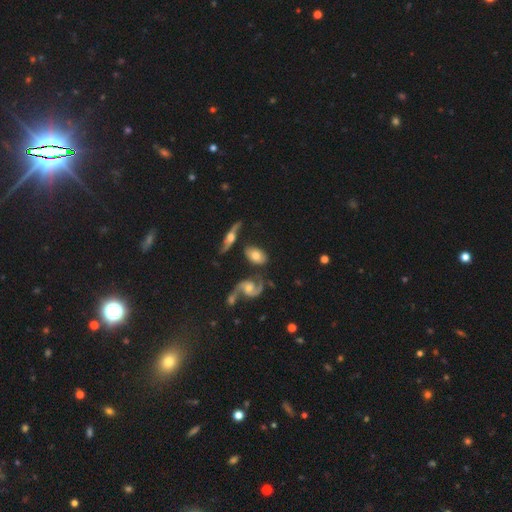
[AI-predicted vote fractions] Q: Smooth or featured?
A: smooth (49%); runner-up: featured or disk (44%)
Q: Merging?
A: none (61%); runner-up: merger (16%)